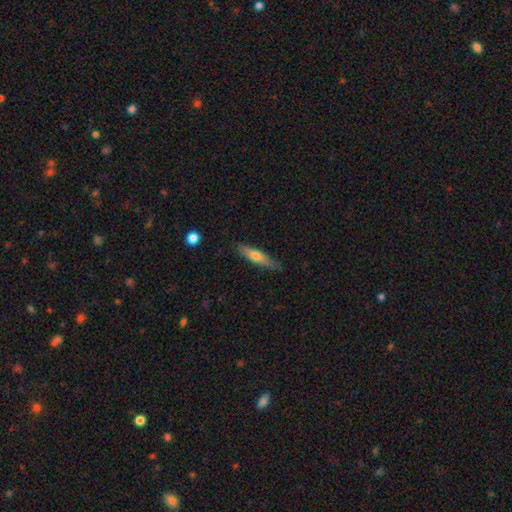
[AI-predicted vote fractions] smooth-or-featured: smooth: 62% | featured or disk: 32% | star or artifact: 6%
  how-rounded: cigar-shaped: 76% | in between: 22% | round: 2%
  merging: none: 80% | minor disturbance: 16% | major disturbance: 3% | merger: 1%